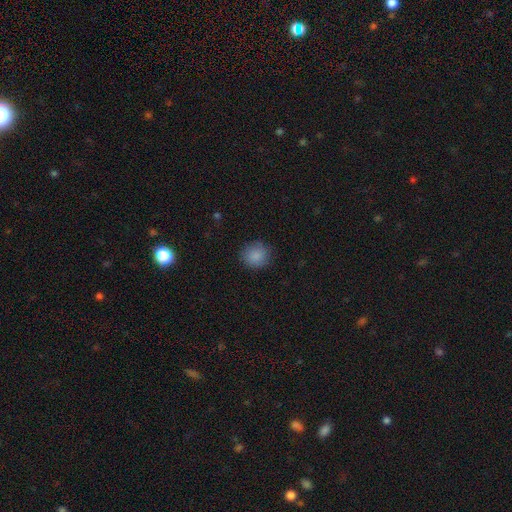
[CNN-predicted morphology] Overall: smooth (87%). How rounded: round (89%). Merging: none (87%).